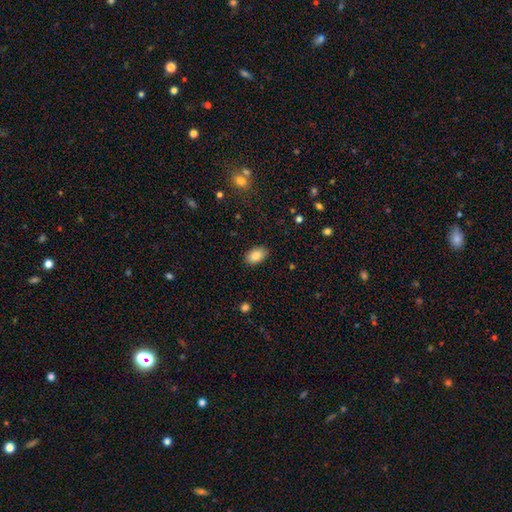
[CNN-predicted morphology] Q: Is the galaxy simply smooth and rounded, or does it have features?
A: smooth — 86%.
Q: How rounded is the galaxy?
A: in between — 92%.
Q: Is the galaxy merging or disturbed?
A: none — 88%.